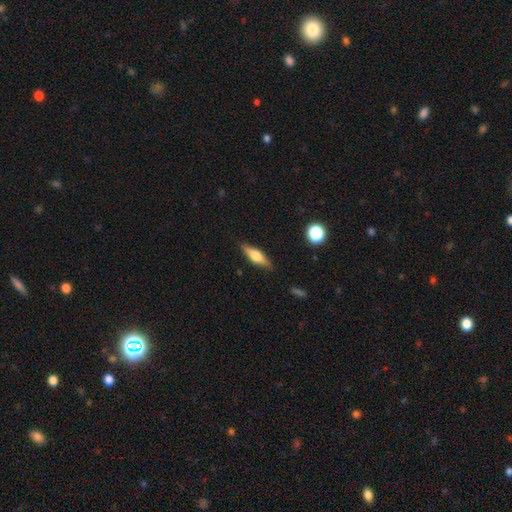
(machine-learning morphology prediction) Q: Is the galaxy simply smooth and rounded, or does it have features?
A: featured or disk — 49%.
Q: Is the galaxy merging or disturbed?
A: none — 87%.